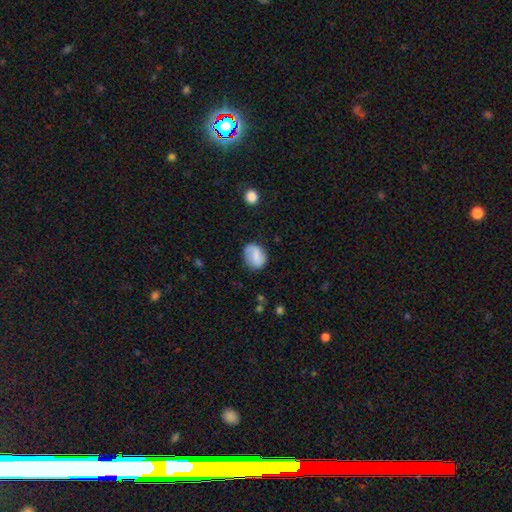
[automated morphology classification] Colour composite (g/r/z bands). It shows a smooth galaxy with no disk features (58%) that is in between round and cigar-shaped (54%). Merging: none (73%).